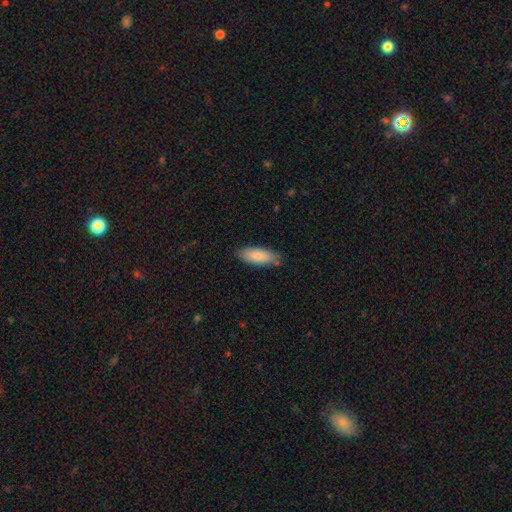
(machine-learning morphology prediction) Q: Smooth or featured?
A: smooth (85%); runner-up: featured or disk (9%)
Q: How rounded?
A: in between (73%); runner-up: cigar-shaped (26%)
Q: Merging?
A: none (80%); runner-up: minor disturbance (16%)